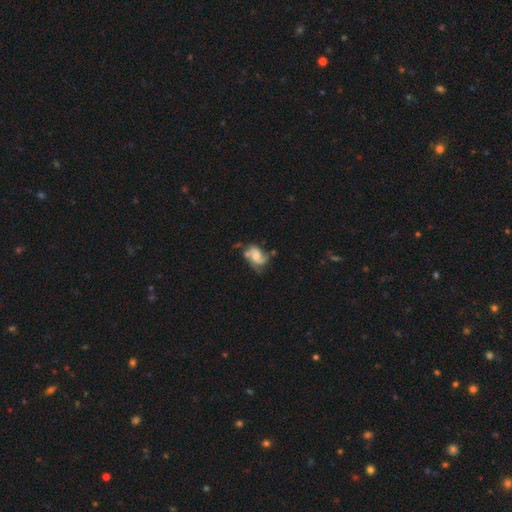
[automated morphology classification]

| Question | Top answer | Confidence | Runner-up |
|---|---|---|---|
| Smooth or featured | featured or disk | 67% | smooth (26%) |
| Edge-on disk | no | 98% | yes (2%) |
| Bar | no | 59% | weak (33%) |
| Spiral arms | yes | 88% | no (12%) |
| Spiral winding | medium | 45% | loose (34%) |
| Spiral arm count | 2 | 66% | 3 (12%) |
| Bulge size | moderate | 33% | small (29%) |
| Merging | none | 45% | minor disturbance (25%) |